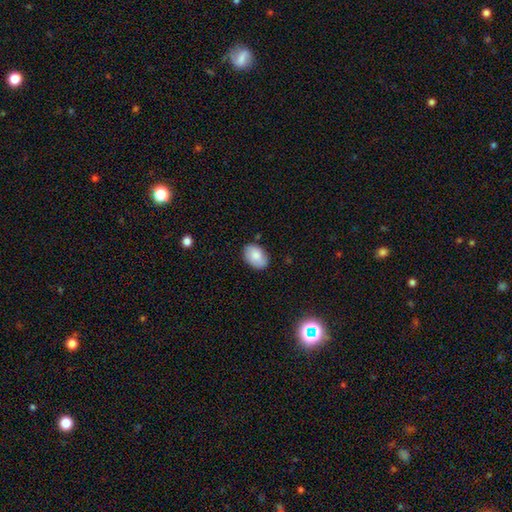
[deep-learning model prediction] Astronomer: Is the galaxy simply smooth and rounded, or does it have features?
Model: smooth — 82%.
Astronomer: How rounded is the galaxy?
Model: in between — 86%.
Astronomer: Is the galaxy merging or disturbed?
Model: none — 81%.